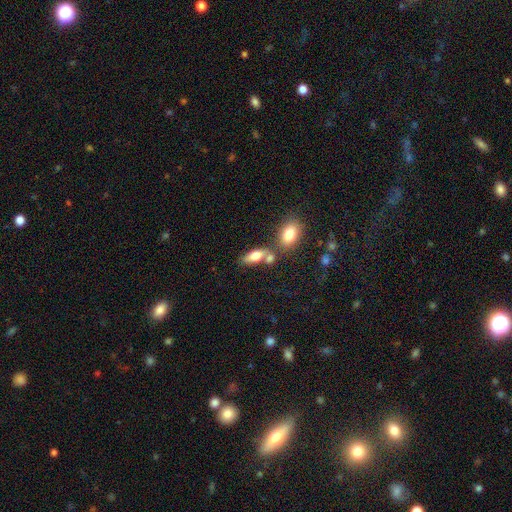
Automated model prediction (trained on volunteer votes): Smooth or featured? smooth (71%)
How rounded? in between (75%)
Merging? none (49%)